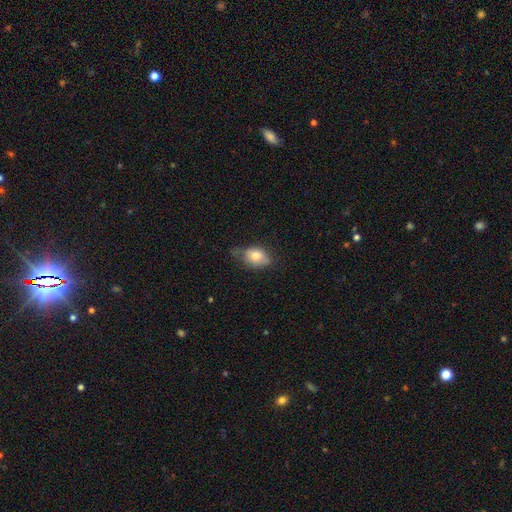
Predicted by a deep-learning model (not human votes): smooth_or_featured: smooth (p=0.73) [alt: featured or disk p=0.19]
how_rounded: in between (p=0.80) [alt: round p=0.18]
merging: none (p=0.47) [alt: minor disturbance p=0.38]